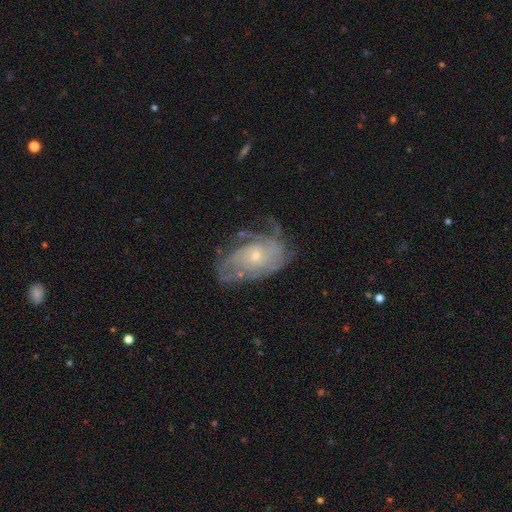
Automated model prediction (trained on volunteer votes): smooth-or-featured: featured or disk: 80% | smooth: 13% | star or artifact: 7%
  disk-edge-on: no: 96% | yes: 4%
    bar: no: 77% | weak: 19% | strong: 3%
    has-spiral-arms: yes: 88% | no: 12%
      spiral-winding: tight: 55% | medium: 32% | loose: 12%
      spiral-arm-count: can't tell: 43% | 2: 23% | 3: 15% | 4: 9% | 1: 6% | more than 4: 5%
    bulge-size: small: 67% | moderate: 29% | none: 2% | large: 2% | dominant: 1%
  merging: none: 55% | minor disturbance: 25% | major disturbance: 17% | merger: 2%